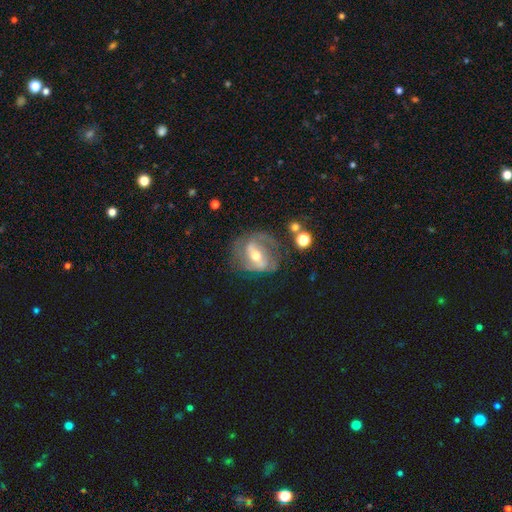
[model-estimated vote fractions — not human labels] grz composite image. It shows a featured or disk galaxy (77%) with a strong bar (48%), 2 (65%) medium (43%) spiral arms (80%) and a moderate central bulge (65%). Merging: none (58%).